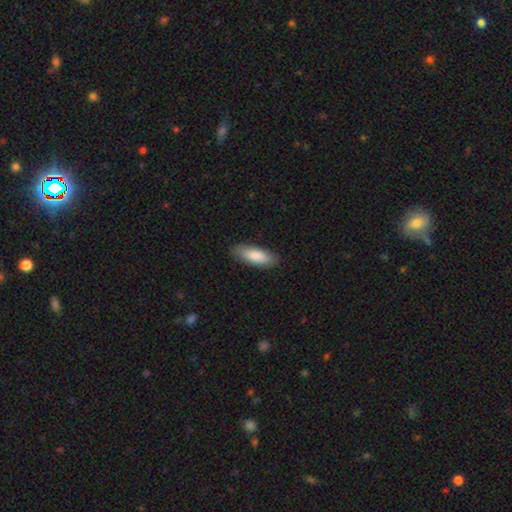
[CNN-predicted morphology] Smooth or featured? Predicted: smooth (p=0.85). How rounded? Predicted: in between (p=0.66). Merging? Predicted: none (p=0.87).